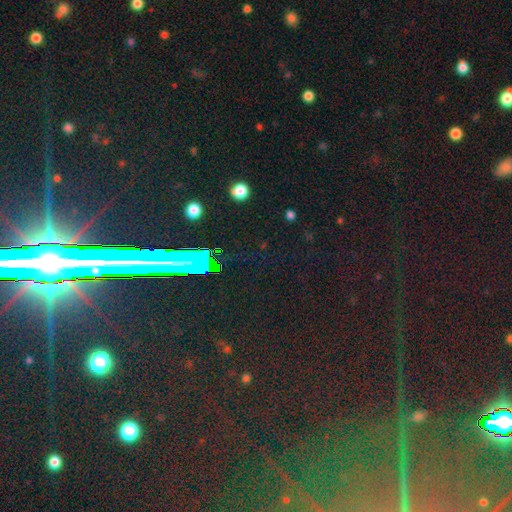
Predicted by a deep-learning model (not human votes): Q: Smooth or featured?
A: star or artifact (81%); runner-up: smooth (10%)